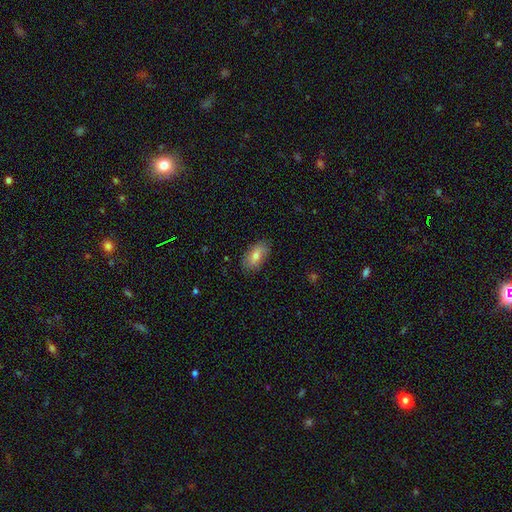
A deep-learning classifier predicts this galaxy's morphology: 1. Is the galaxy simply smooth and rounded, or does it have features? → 71% smooth, 21% featured or disk, 8% star or artifact.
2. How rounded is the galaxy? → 91% in between, 5% round, 4% cigar-shaped.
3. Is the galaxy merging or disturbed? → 82% none, 14% minor disturbance, 3% major disturbance, 1% merger.